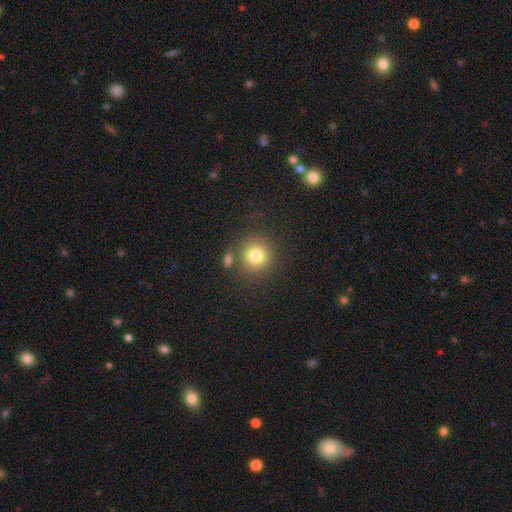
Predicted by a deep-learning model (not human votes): A smooth galaxy with no disk features (80%) that is round (91%). Merging: none (76%).